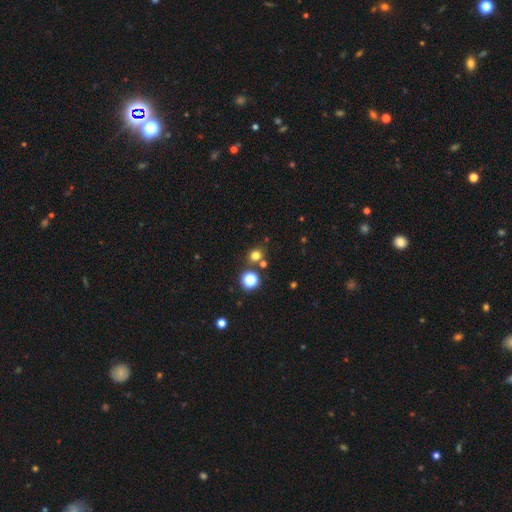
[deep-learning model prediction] smooth_or_featured: smooth (p=0.72) [alt: star or artifact p=0.22]
how_rounded: round (p=0.82) [alt: in between p=0.17]
merging: none (p=0.78) [alt: merger p=0.11]